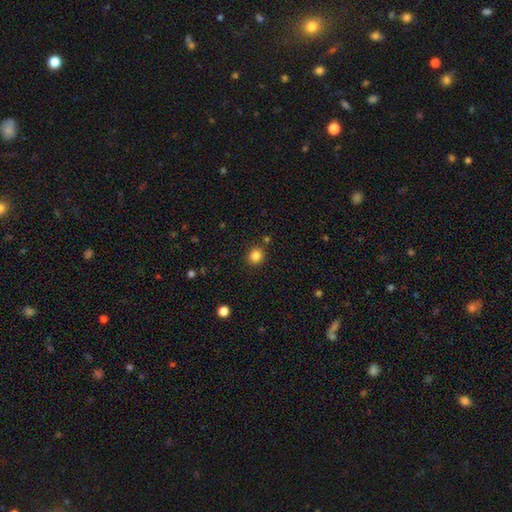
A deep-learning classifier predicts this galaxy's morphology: Smooth or featured? Predicted: smooth (p=0.84). How rounded? Predicted: round (p=0.88). Merging? Predicted: none (p=0.86).